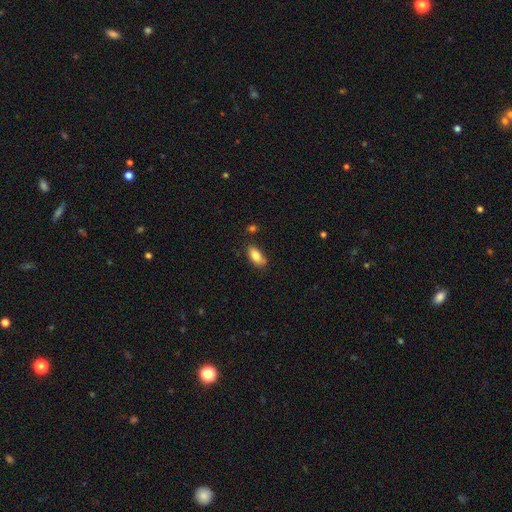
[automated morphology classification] This is clearly a smooth galaxy (84%). How rounded: clearly in between (90%). Merging: likely none (72%).